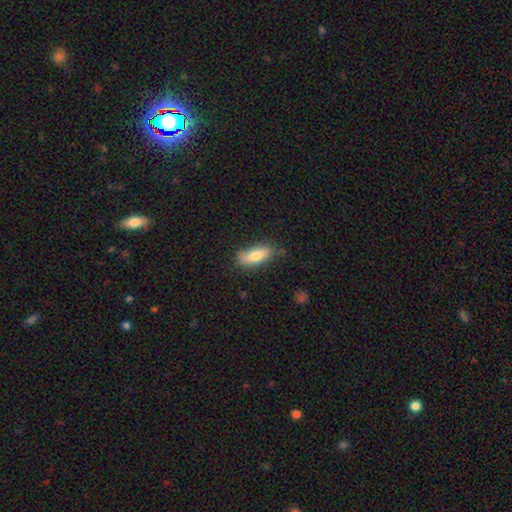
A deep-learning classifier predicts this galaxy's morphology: This appears to be a smooth galaxy with no disk features (76%) that is in between round and cigar-shaped (74%). Merging: none (73%).